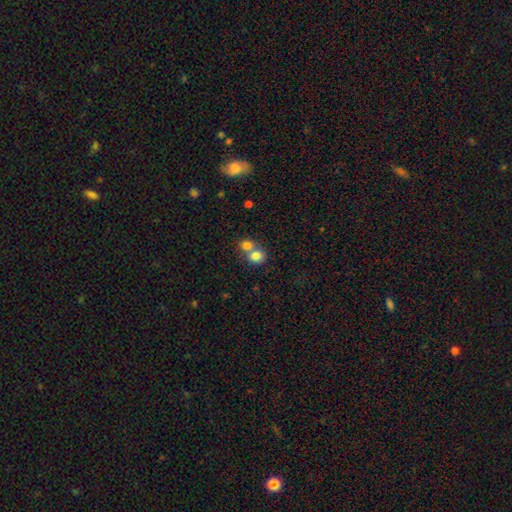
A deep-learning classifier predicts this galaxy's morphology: type=smooth (80%); roundness=round (72%); merging=merger (60%).